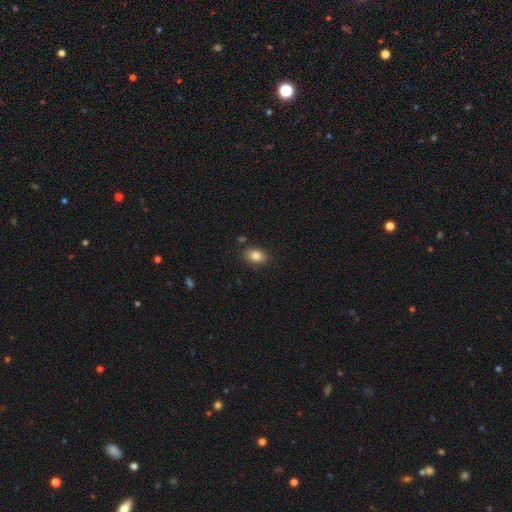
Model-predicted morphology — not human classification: This appears to be a smooth galaxy with no disk features (85%) that is in between round and cigar-shaped (74%). Merging: none (83%).